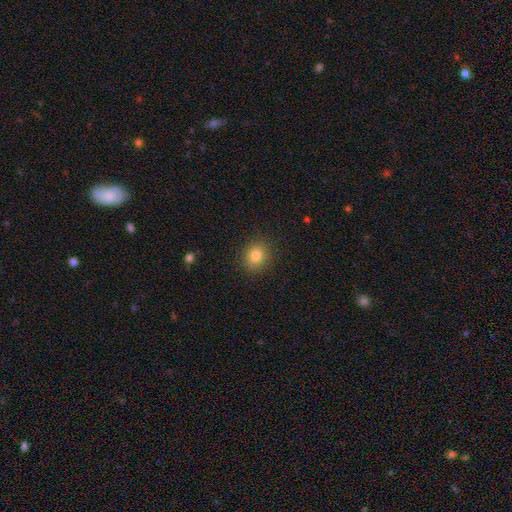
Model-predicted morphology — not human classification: The model was most divided on "how rounded": round: 78%, in between: 21%, cigar-shaped: 1%. More confident: merging — none (90%); smooth or featured — smooth (82%).